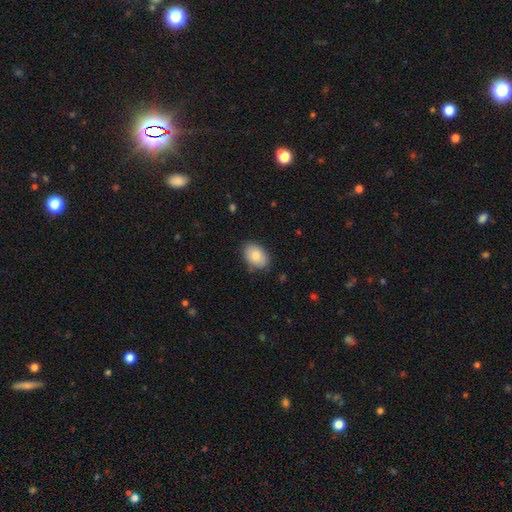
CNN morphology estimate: Smooth or featured: smooth — 86% (featured or disk — 7%)
How rounded: in between — 86% (round — 13%)
Merging: none — 83% (minor disturbance — 13%)